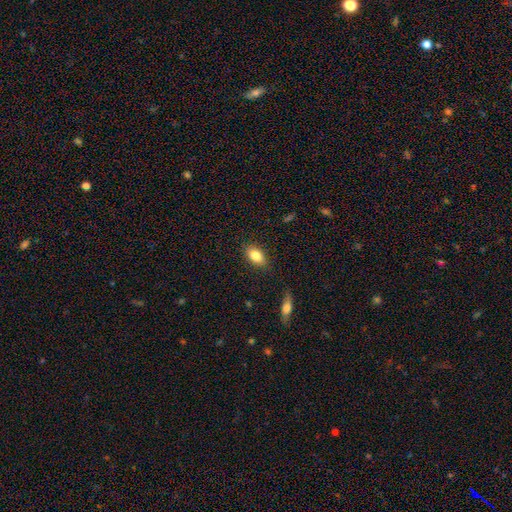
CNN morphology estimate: This appears to be a smooth galaxy with no disk features (82%) that is in between round and cigar-shaped (88%). Merging: none (84%).